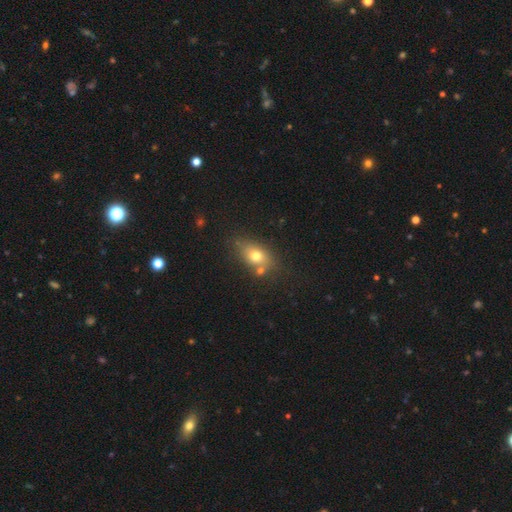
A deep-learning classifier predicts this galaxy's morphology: Smooth or featured? Predicted: smooth (p=0.71). How rounded? Predicted: in between (p=0.70). Merging? Predicted: none (p=0.64).